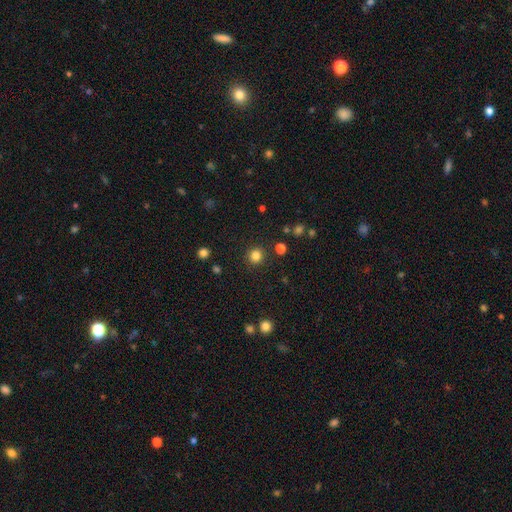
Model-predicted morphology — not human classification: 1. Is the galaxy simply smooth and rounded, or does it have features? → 83% smooth, 13% star or artifact, 4% featured or disk.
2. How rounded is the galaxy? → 92% round, 7% in between, 1% cigar-shaped.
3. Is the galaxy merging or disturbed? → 90% none, 6% minor disturbance, 2% major disturbance, 2% merger.